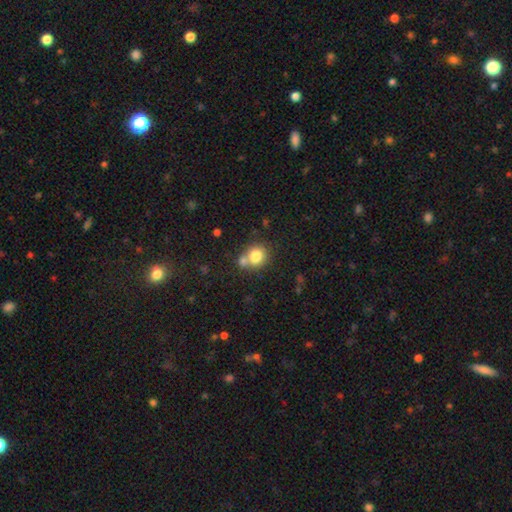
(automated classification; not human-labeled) Smooth or featured: smooth — 79% (star or artifact — 11%)
How rounded: round — 80% (in between — 19%)
Merging: none — 52% (merger — 34%)